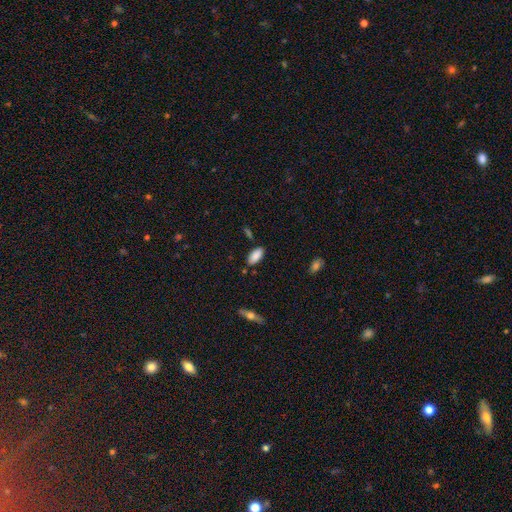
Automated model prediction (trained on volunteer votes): This is clearly a smooth galaxy (87%). How rounded: clearly in between (90%). Merging: clearly none (83%).